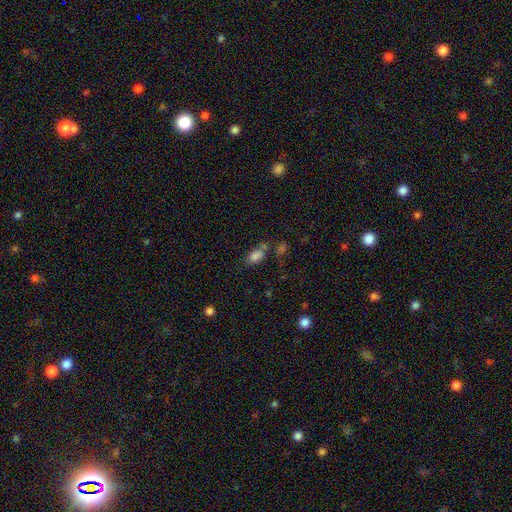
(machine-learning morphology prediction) A smooth galaxy with no disk features (79%) that is in between round and cigar-shaped (88%).

Vote fractions:
- Smooth or featured? smooth: 79% / star or artifact: 13% / featured or disk: 8%
- How rounded? in between: 88% / round: 8% / cigar-shaped: 4%
- Merging? none: 46% / merger: 27% / minor disturbance: 18% / major disturbance: 9%